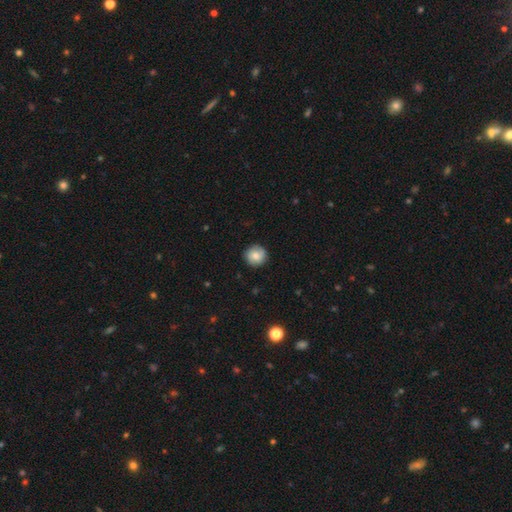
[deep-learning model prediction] A smooth galaxy with no disk features (79%) that is round (93%). Merging: none (88%).